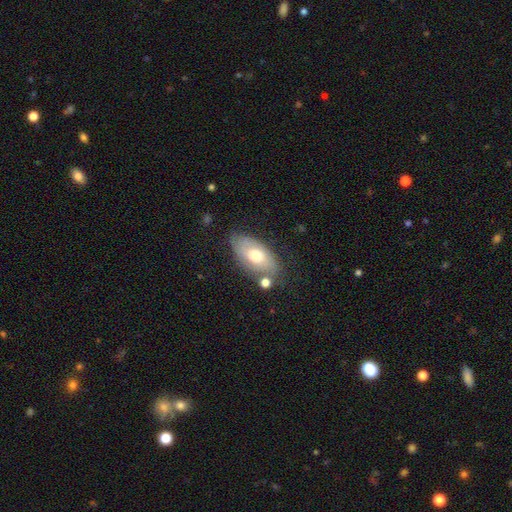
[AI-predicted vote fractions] A smooth galaxy with no disk features (57%) that is in between round and cigar-shaped (91%).

Vote fractions:
- Smooth or featured? smooth: 57% / featured or disk: 36% / star or artifact: 7%
- How rounded? in between: 91% / cigar-shaped: 4% / round: 4%
- Merging? none: 66% / minor disturbance: 21% / merger: 7% / major disturbance: 6%